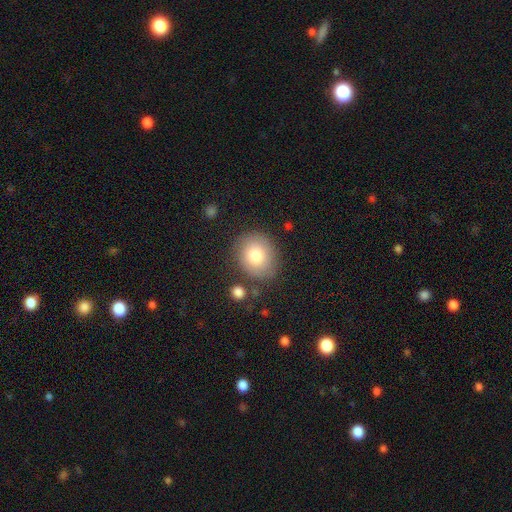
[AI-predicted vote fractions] smooth 77%, featured or disk 14%, star or artifact 9%. Down the decision tree: how rounded — round (75%); merging — none (80%).